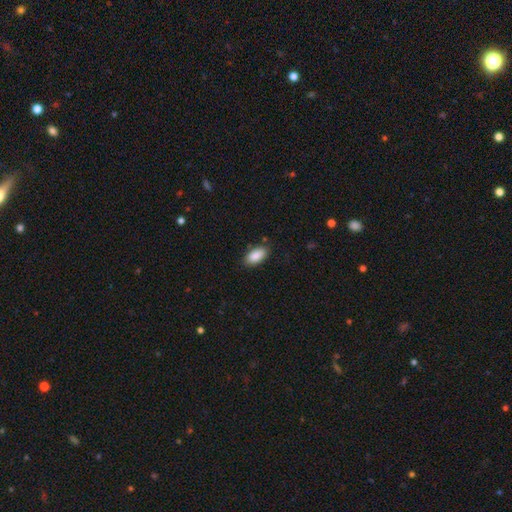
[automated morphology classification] smooth 89%, star or artifact 7%, featured or disk 5%. Down the decision tree: how rounded — in between (93%); merging — none (85%).